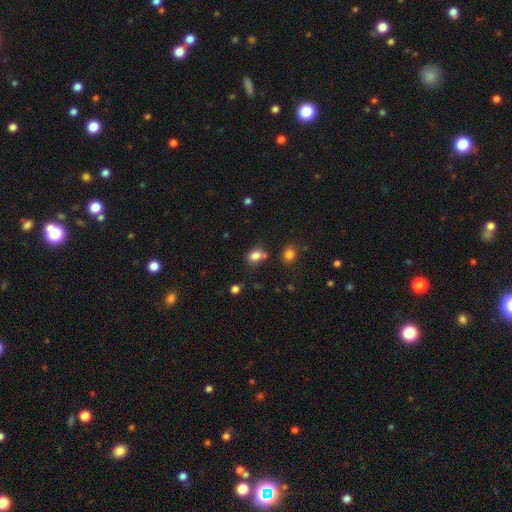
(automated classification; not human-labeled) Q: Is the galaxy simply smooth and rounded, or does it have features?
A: smooth — 81%.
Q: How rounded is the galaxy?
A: in between — 63%.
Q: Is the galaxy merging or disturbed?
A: none — 62%.